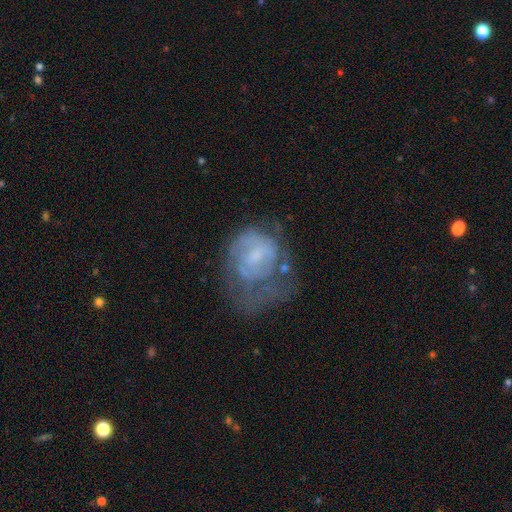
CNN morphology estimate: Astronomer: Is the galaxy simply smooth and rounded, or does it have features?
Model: featured or disk — 63%.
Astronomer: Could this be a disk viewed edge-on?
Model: no — 97%.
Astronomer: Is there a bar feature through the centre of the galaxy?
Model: no — 52% (runner-up: weak, 41%).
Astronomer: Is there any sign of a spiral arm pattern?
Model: yes — 63%.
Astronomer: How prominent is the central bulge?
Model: small — 45% (runner-up: moderate, 30%).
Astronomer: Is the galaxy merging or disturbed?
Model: major disturbance — 41% (runner-up: none, 32%).